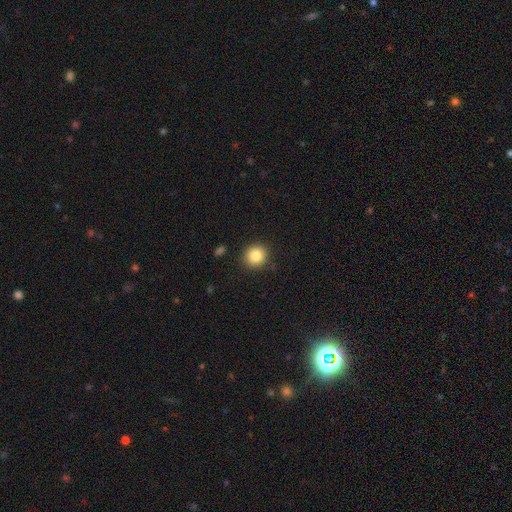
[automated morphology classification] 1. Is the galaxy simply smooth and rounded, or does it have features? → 85% smooth, 10% star or artifact, 6% featured or disk.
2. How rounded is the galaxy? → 90% round, 9% in between, 1% cigar-shaped.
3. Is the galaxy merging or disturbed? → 89% none, 7% minor disturbance, 2% major disturbance, 1% merger.